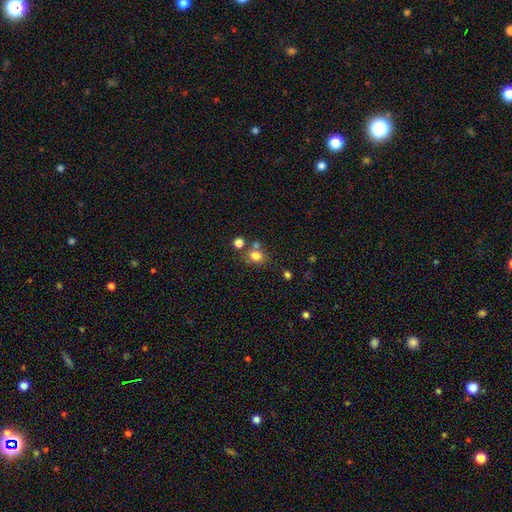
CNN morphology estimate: type=smooth (78%); roundness=round (65%); merging=none (58%).